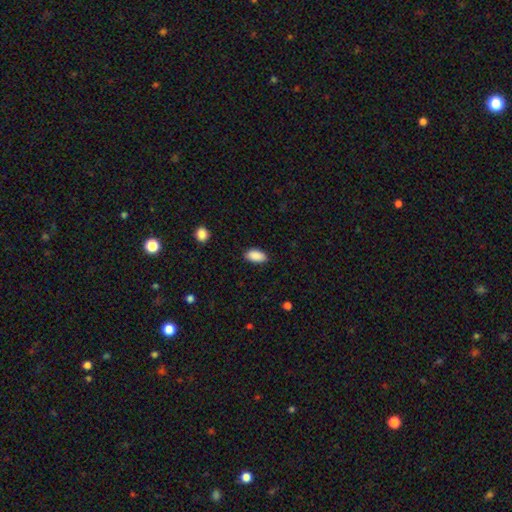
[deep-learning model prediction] Morphology: type=smooth (90%); roundness=in between (94%); merging=none (86%).